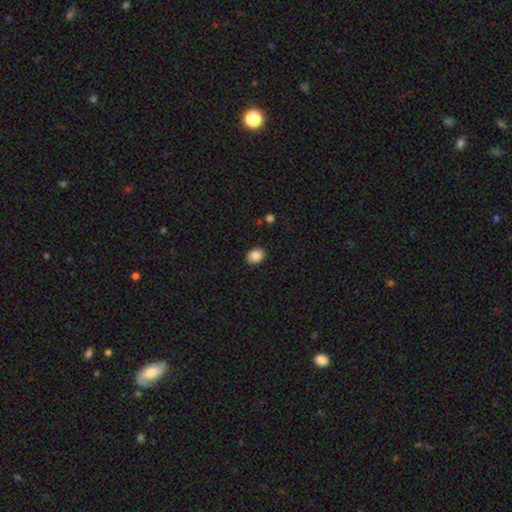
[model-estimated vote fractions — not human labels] smooth-or-featured: smooth: 86% | star or artifact: 9% | featured or disk: 5%
  how-rounded: in between: 62% | round: 37% | cigar-shaped: 1%
  merging: none: 89% | minor disturbance: 8% | major disturbance: 2% | merger: 1%